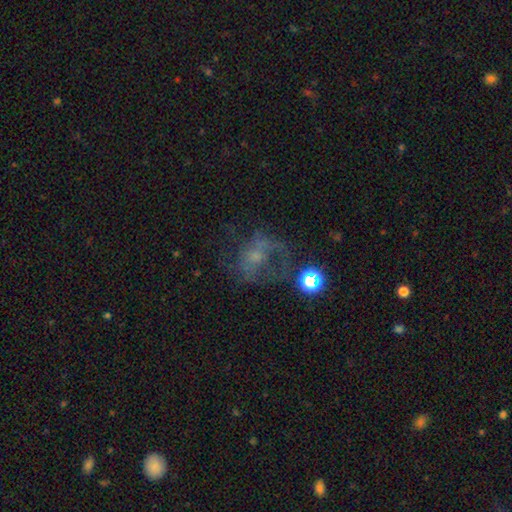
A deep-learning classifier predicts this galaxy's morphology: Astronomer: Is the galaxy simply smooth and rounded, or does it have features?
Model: featured or disk — 51% (runner-up: smooth, 28%).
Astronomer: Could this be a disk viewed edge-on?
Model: no — 97%.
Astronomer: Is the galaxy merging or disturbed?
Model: major disturbance — 40% (runner-up: none, 35%).